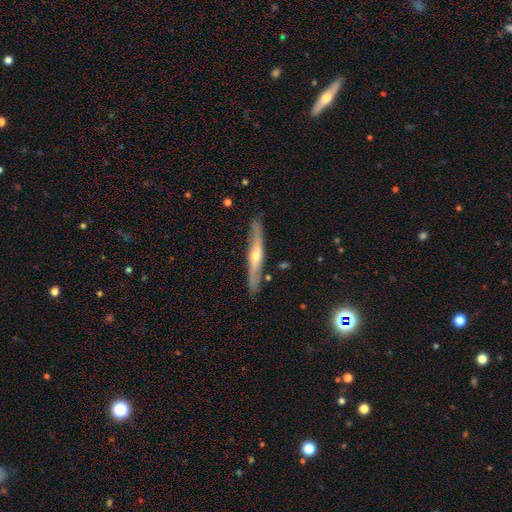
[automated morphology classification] A featured or disk galaxy (73%) viewed edge-on (87%) with a rounded central bulge (85%). Merging: none (83%).